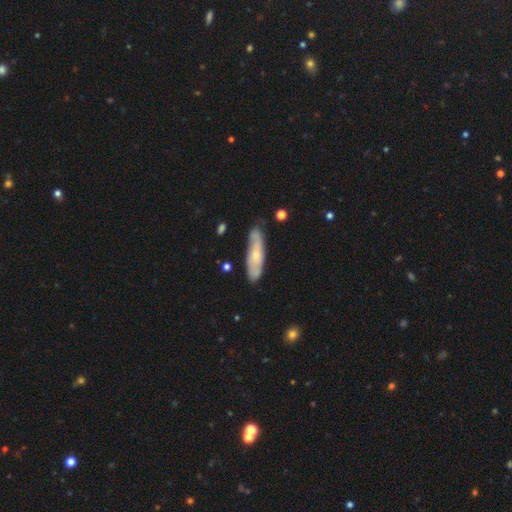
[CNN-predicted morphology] A featured or disk galaxy (52%). Merging: none (75%).